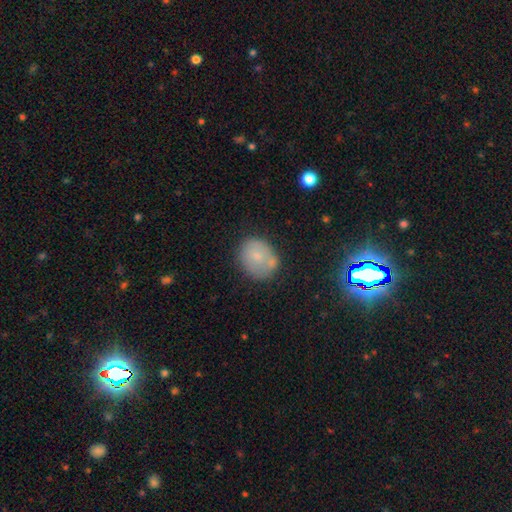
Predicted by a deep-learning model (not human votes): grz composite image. It shows a smooth galaxy with no disk features (71%) that is round (64%). Merging: none (62%).